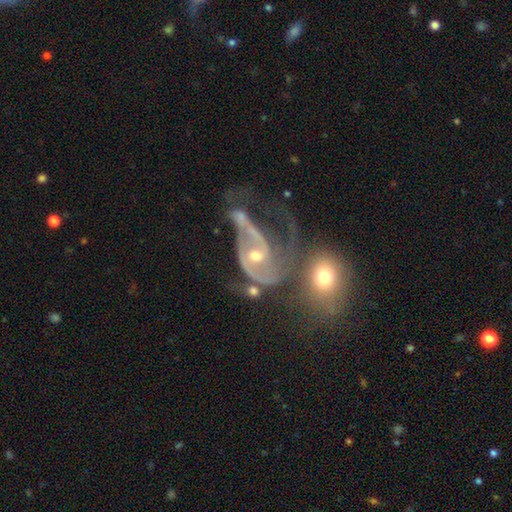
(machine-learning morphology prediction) This is clearly a featured or disk galaxy (85%). It is clearly not viewed edge-on (96%). Bar: possibly no (53%). Spiral arm pattern: clearly yes (89%). Spiral arm count: possibly 2 (57%). Spiral winding: marginally medium (43%). Central bulge: possibly moderate (48%). Merging: marginally merger (34%, tied with major disturbance).